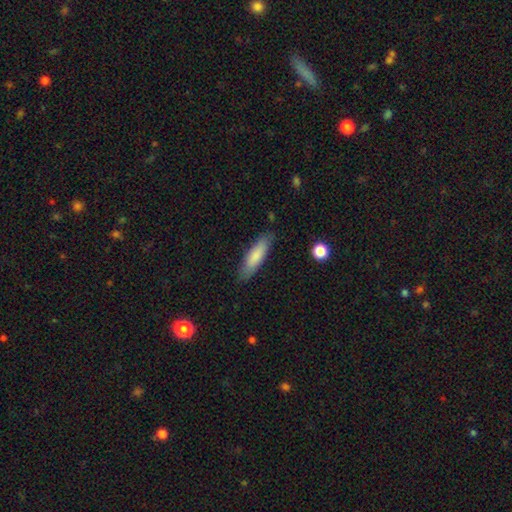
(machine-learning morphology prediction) Smooth or featured? Predicted: smooth (p=0.80). How rounded? Predicted: cigar-shaped (p=0.61). Merging? Predicted: none (p=0.83).